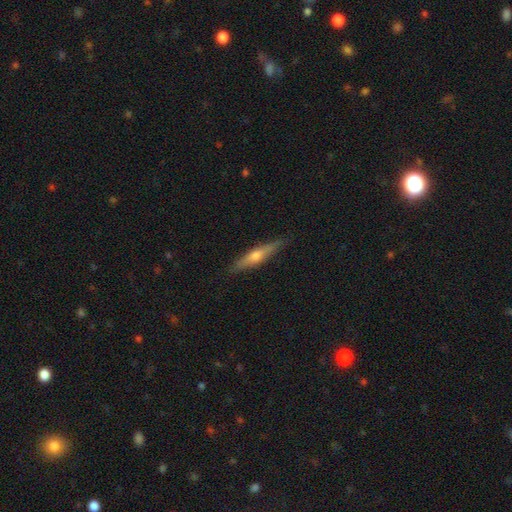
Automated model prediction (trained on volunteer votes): featured or disk 59%, smooth 35%, star or artifact 6%. Down the decision tree: edge-on disk — yes (95%); edge-on bulge — rounded (88%); merging — none (88%).